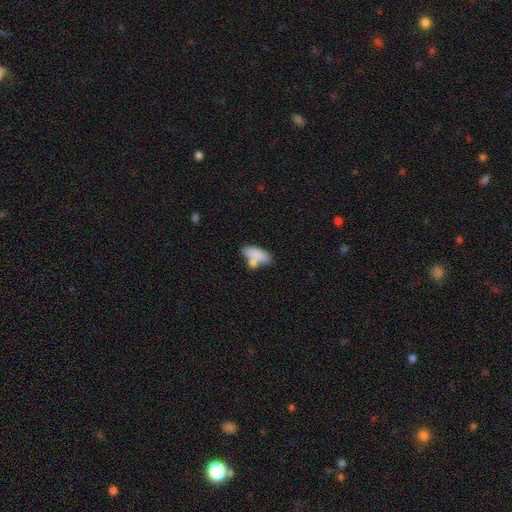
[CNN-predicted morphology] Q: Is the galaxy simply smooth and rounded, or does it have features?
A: smooth — 80%.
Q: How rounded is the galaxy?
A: in between — 78%.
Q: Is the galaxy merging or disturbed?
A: none — 45%.